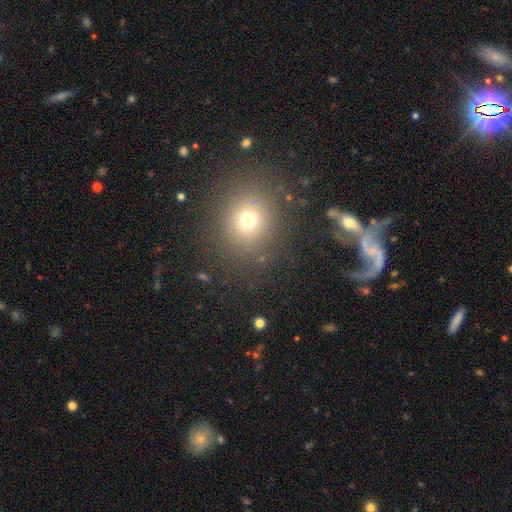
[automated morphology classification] Overall: smooth (54%; star or artifact 27%). How rounded: round (81%). Merging: none (82%).